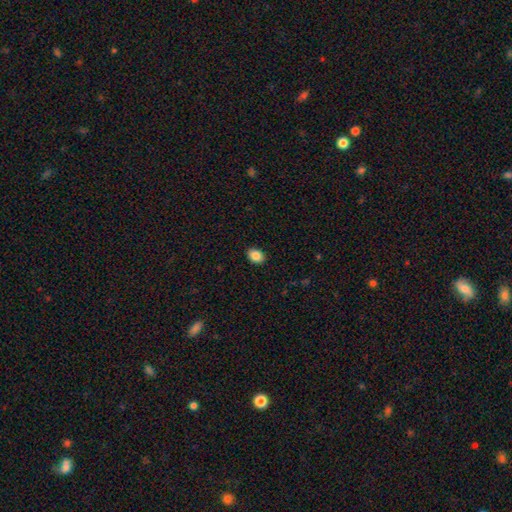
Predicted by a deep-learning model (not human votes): Smooth or featured?
  - smooth: 87% *
  - star or artifact: 9%
  - featured or disk: 5%
How rounded?
  - in between: 62% *
  - round: 37%
  - cigar-shaped: 1%
Merging?
  - none: 90% *
  - minor disturbance: 7%
  - major disturbance: 2%
  - merger: 1%